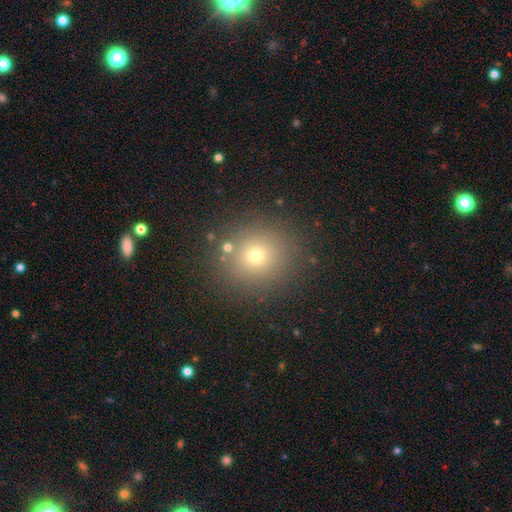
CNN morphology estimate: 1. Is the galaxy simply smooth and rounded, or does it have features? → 68% smooth, 22% star or artifact, 10% featured or disk.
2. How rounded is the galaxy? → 89% round, 10% in between, 1% cigar-shaped.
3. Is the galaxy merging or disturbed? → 87% none, 7% minor disturbance, 3% merger, 3% major disturbance.